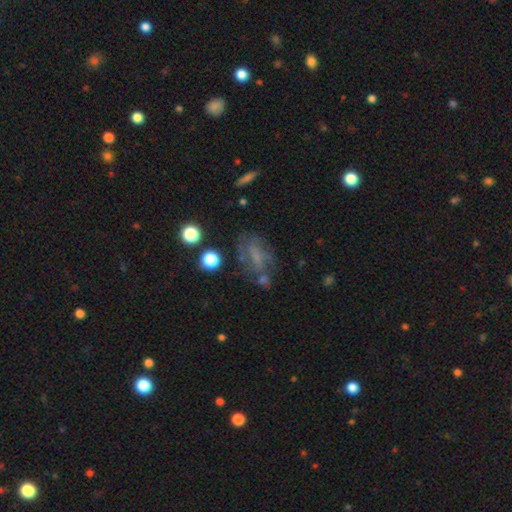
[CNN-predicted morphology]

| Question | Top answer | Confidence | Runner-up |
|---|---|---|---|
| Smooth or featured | featured or disk | 41% | tied: smooth (41%) |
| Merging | none | 52% | minor disturbance (22%) |